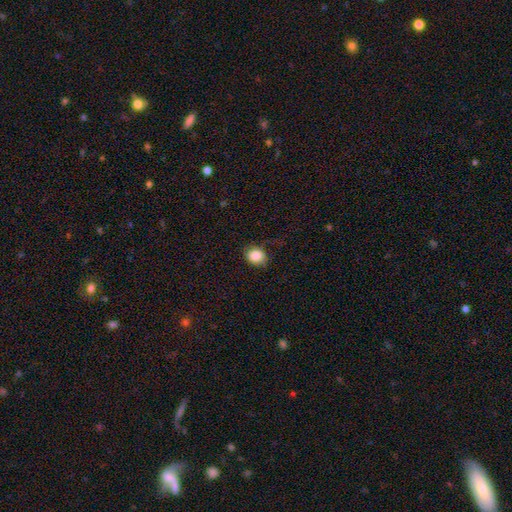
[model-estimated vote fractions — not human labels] Morphology: type=smooth (86%); roundness=round (64%); merging=none (80%).